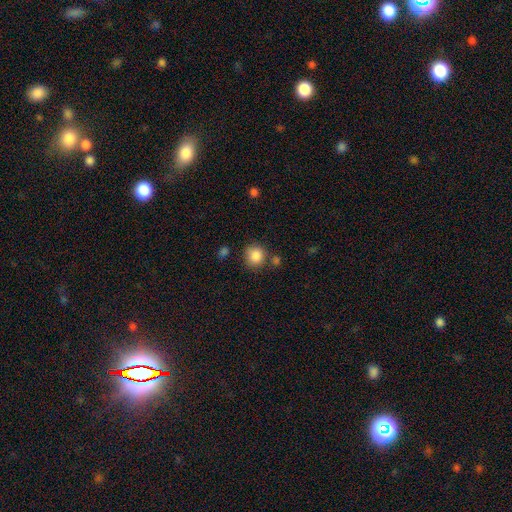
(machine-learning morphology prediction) smooth 86%, star or artifact 9%, featured or disk 4%. Down the decision tree: how rounded — round (85%); merging — none (73%).